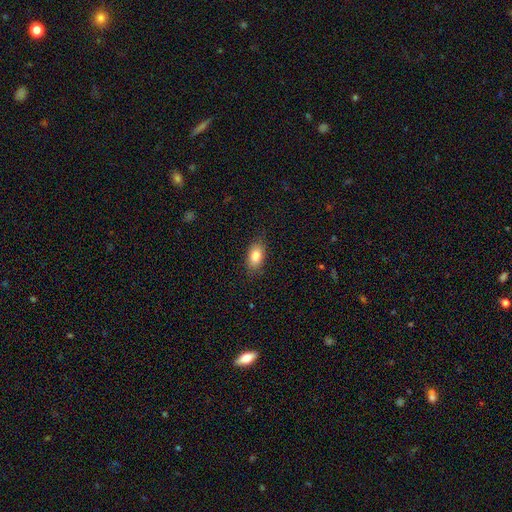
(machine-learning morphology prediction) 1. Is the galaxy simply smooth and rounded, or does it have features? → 84% smooth, 8% featured or disk, 8% star or artifact.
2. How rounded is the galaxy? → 88% in between, 8% round, 4% cigar-shaped.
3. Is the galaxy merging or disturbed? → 81% none, 14% minor disturbance, 3% major disturbance, 1% merger.